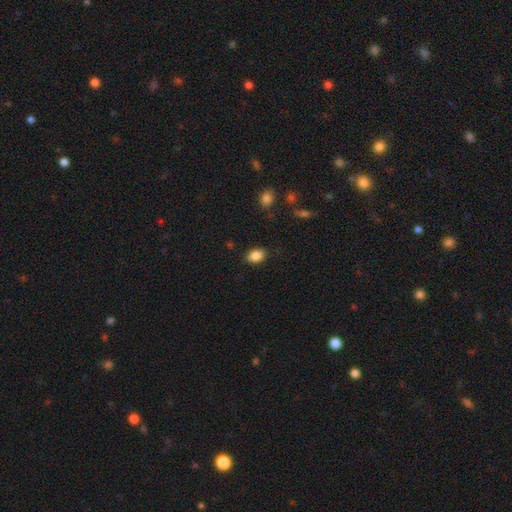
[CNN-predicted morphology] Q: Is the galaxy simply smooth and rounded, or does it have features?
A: smooth — 86%.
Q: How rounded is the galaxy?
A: in between — 79%.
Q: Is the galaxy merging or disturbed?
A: none — 85%.